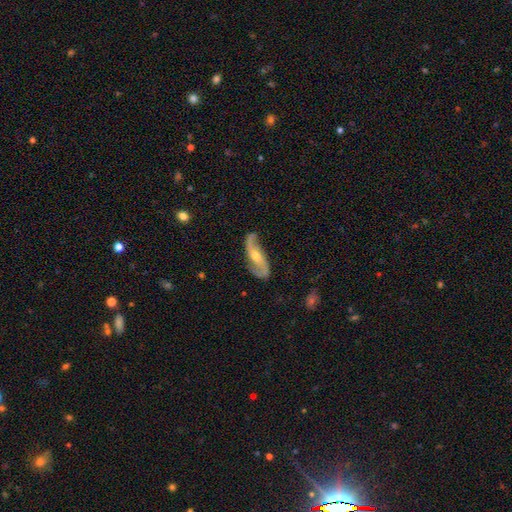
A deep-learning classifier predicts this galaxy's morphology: The model was most divided on "bar": no: 50%, weak: 33%, strong: 17%. More confident: spiral arms — yes (95%); spiral arm count — 2 (92%); edge-on disk — no (92%); smooth or featured — featured or disk (85%); merging — none (75%); spiral winding — loose (65%); bulge size — moderate (56%).